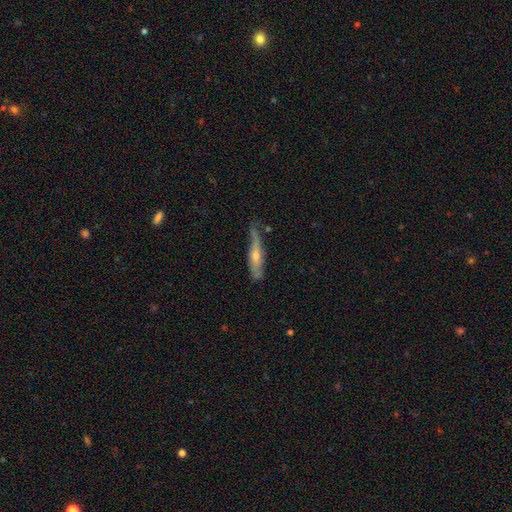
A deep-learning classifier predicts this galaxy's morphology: This appears to be a featured or disk galaxy (55%) viewed edge-on (72%). Merging: none (53%).